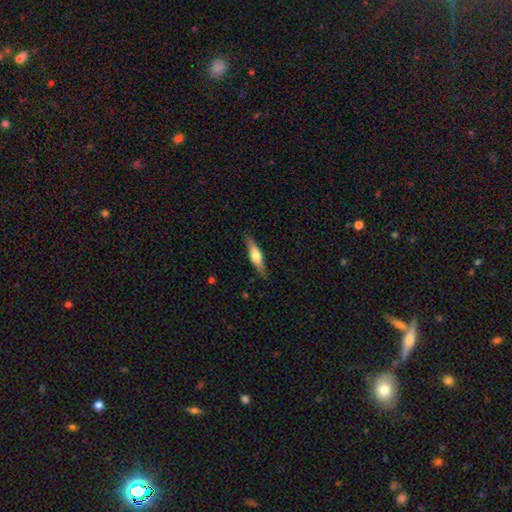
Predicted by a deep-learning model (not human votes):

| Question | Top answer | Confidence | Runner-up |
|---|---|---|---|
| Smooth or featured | featured or disk | 52% | smooth (42%) |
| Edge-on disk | yes | 93% | no (7%) |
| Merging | none | 86% | minor disturbance (11%) |